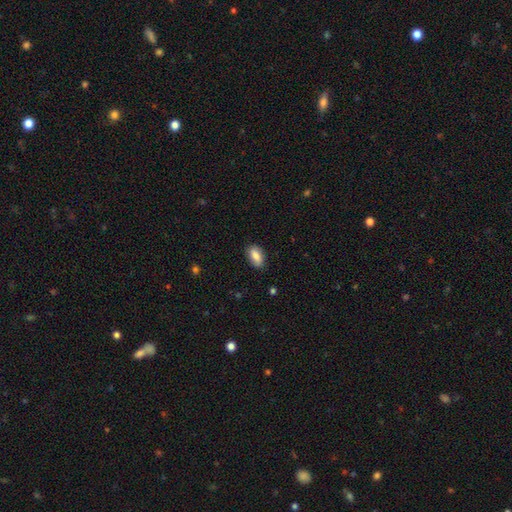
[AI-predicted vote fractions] A smooth galaxy with no disk features (83%) that is in between round and cigar-shaped (91%).

Vote fractions:
- Smooth or featured? smooth: 83% / featured or disk: 10% / star or artifact: 7%
- How rounded? in between: 91% / round: 4% / cigar-shaped: 4%
- Merging? none: 81% / minor disturbance: 15% / major disturbance: 3% / merger: 1%